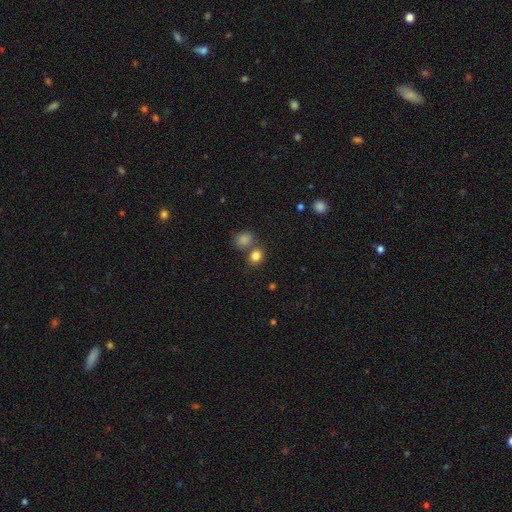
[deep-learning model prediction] The model was most divided on "merging": none: 57%, merger: 30%, minor disturbance: 9%, major disturbance: 4%. More confident: smooth or featured — smooth (82%); how rounded — round (68%).